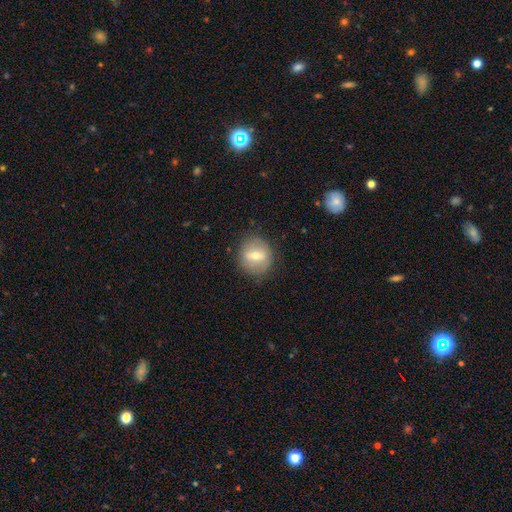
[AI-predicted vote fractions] This appears to be a smooth galaxy with no disk features (51%) that is round (86%). Merging: none (83%).